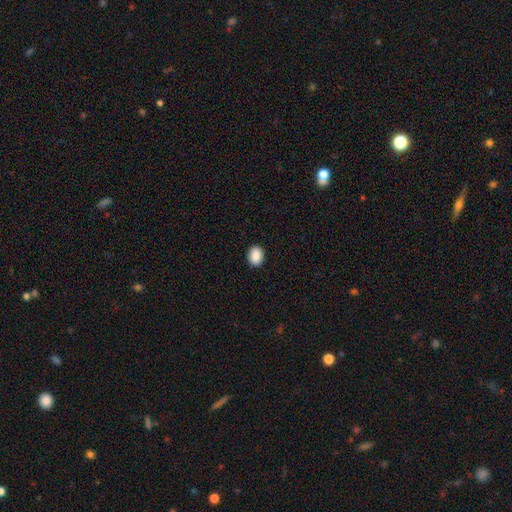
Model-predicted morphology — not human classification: Smooth or featured? Predicted: smooth (p=0.90). How rounded? Predicted: in between (p=0.64). Merging? Predicted: none (p=0.91).